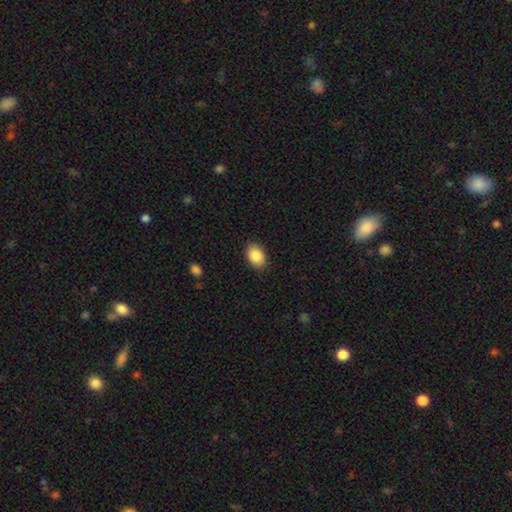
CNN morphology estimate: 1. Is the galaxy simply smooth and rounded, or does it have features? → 88% smooth, 7% star or artifact, 5% featured or disk.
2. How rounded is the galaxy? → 82% in between, 17% round, 1% cigar-shaped.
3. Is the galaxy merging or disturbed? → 87% none, 9% minor disturbance, 2% major disturbance, 1% merger.